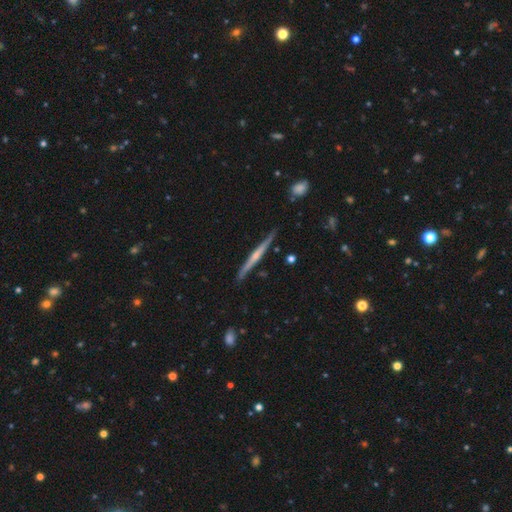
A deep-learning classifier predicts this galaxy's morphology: Smooth or featured?
  - featured or disk: 70% *
  - smooth: 25%
  - star or artifact: 5%
Edge-on disk?
  - yes: 98% *
  - no: 2%
Edge-on bulge?
  - rounded: 54% *
  - none: 36%
  - boxy: 10%
Merging?
  - none: 87% *
  - minor disturbance: 10%
  - merger: 2%
  - major disturbance: 2%